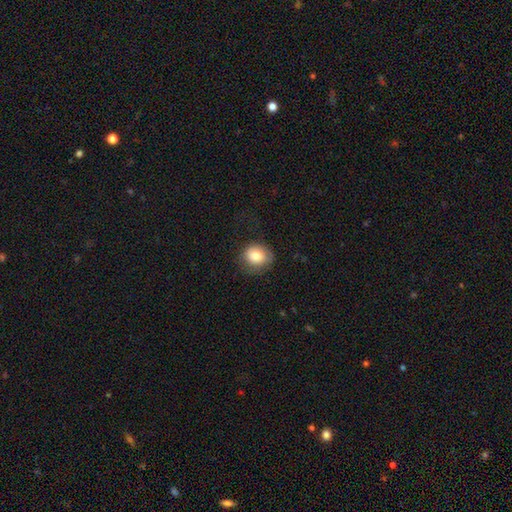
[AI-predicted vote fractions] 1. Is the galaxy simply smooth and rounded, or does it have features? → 81% smooth, 10% featured or disk, 9% star or artifact.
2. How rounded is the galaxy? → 74% round, 25% in between, 1% cigar-shaped.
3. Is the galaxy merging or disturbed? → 72% none, 19% minor disturbance, 8% major disturbance, 1% merger.